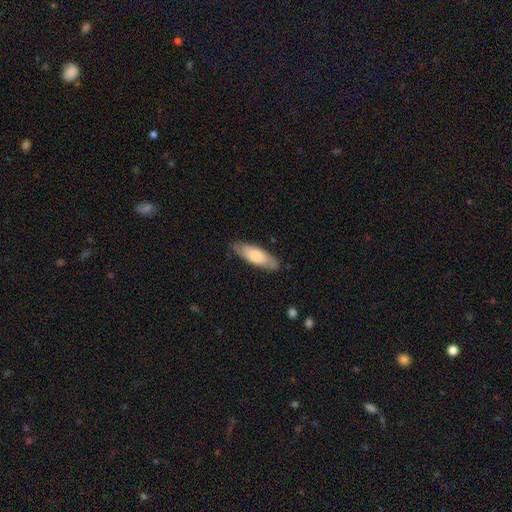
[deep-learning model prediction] This appears to be a smooth galaxy with no disk features (74%) that is in between round and cigar-shaped (57%). Merging: none (83%).